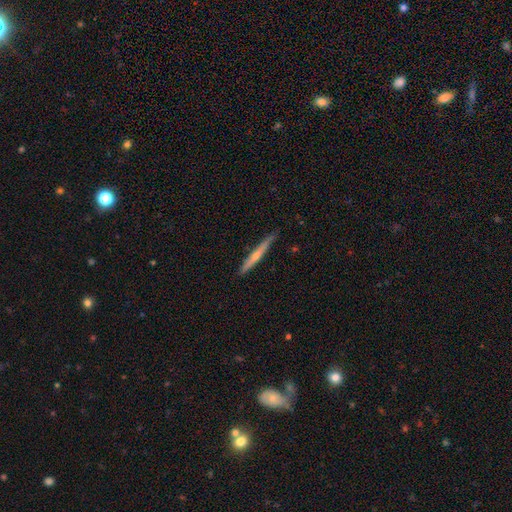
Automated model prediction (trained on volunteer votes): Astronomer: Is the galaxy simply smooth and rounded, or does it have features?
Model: featured or disk — 56% (runner-up: smooth, 39%).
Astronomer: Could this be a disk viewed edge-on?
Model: yes — 96%.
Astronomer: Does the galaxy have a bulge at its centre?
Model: rounded — 63%.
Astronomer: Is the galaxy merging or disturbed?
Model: none — 87%.